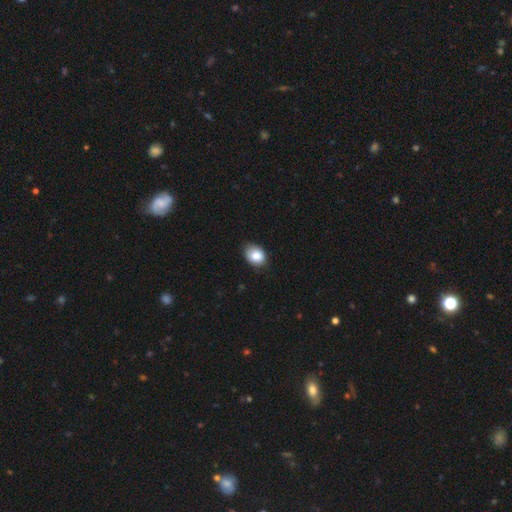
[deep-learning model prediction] Morphology: type=smooth (83%); roundness=in between (69%); merging=none (77%).